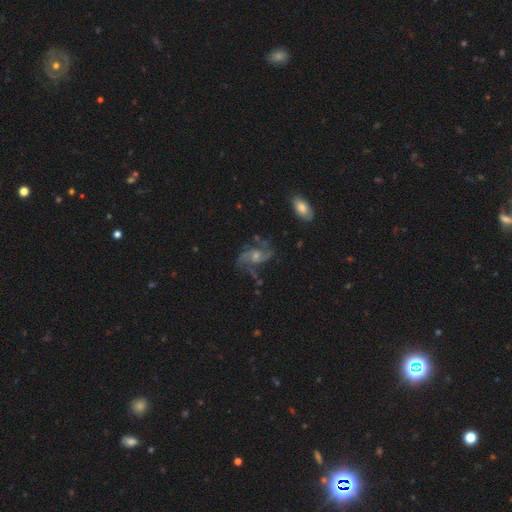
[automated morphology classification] Overall: featured or disk (83%). Edge-on disk: no (97%). Bar: no (60%; weak 33%). Spiral arms: yes (95%). Spiral arm count: 2 (53%; 3 21%). Spiral winding: medium (49%; loose 34%). Bulge size: small (50%; moderate 40%). Merging: none (65%).